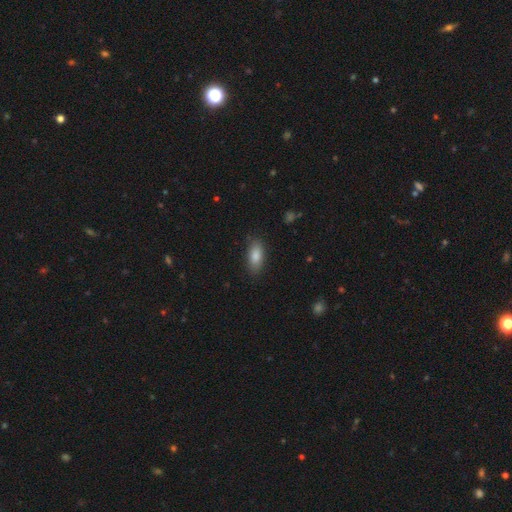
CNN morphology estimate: The model was most divided on "merging": none: 83%, minor disturbance: 13%, major disturbance: 3%, merger: 1%. More confident: how rounded — in between (86%); smooth or featured — smooth (84%).